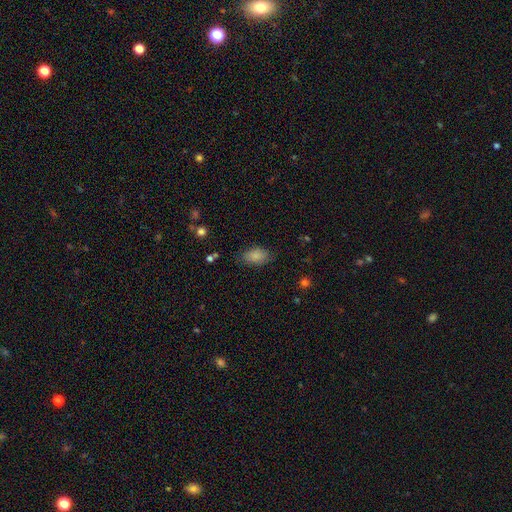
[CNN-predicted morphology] Smooth or featured? Predicted: smooth (p=0.85). How rounded? Predicted: in between (p=0.91). Merging? Predicted: none (p=0.76).